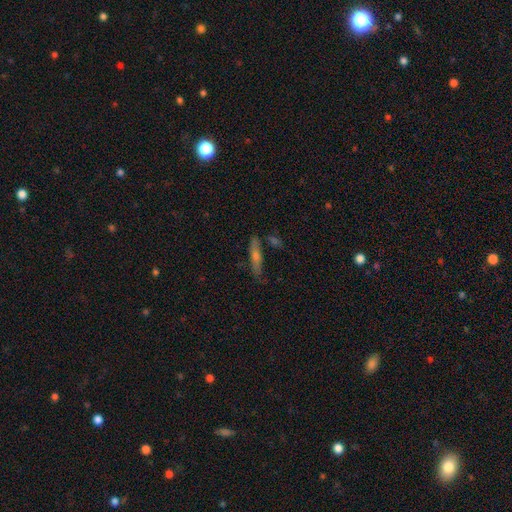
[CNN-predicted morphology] Overall: featured or disk (48%; smooth 41%). Merging: none (76%).